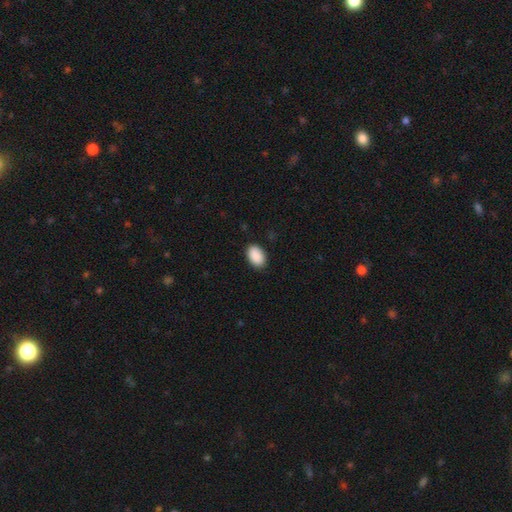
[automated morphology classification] A smooth galaxy with no disk features (91%) that is in between round and cigar-shaped (90%). Merging: none (87%).